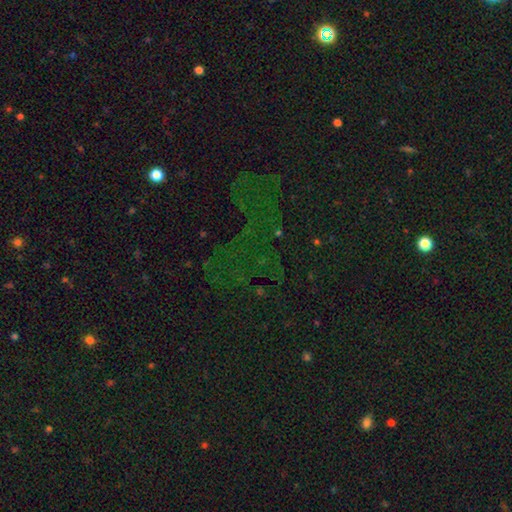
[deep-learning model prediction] Smooth or featured?
  - star or artifact: 71% *
  - smooth: 18%
  - featured or disk: 11%